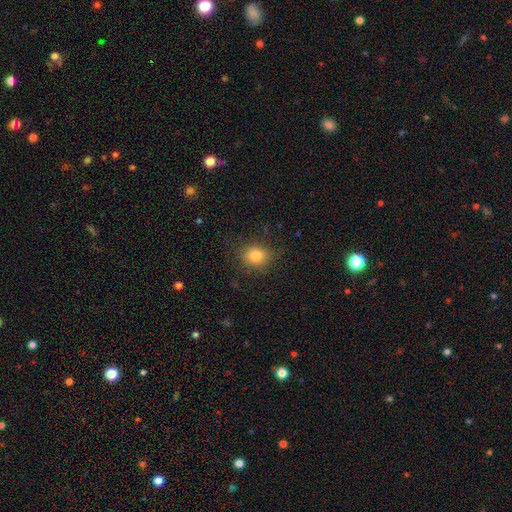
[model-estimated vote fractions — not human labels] Q: Smooth or featured?
A: smooth (82%); runner-up: star or artifact (12%)
Q: How rounded?
A: round (67%); runner-up: in between (32%)
Q: Merging?
A: none (83%); runner-up: minor disturbance (12%)